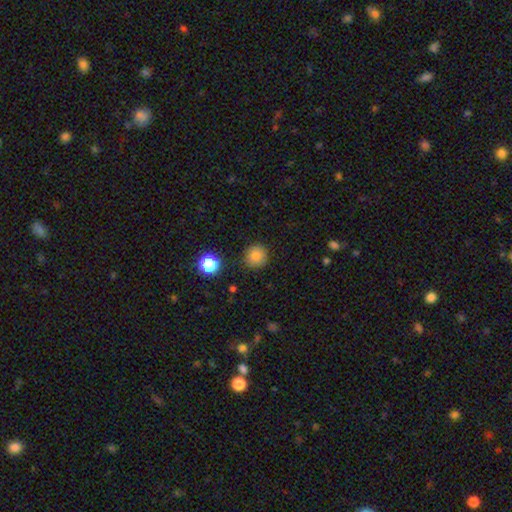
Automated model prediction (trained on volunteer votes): Smooth or featured: smooth — 82% (star or artifact — 12%)
How rounded: round — 93% (in between — 6%)
Merging: none — 87% (minor disturbance — 9%)